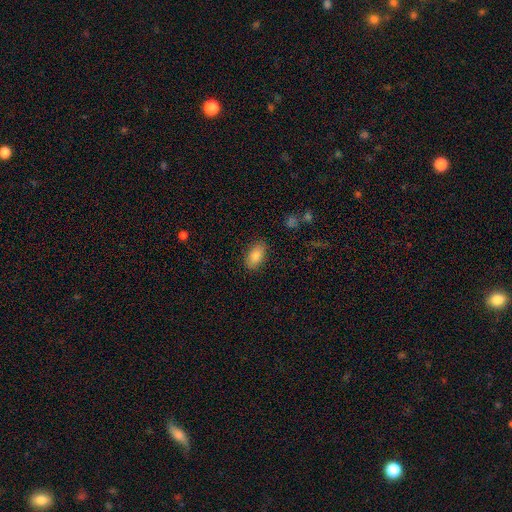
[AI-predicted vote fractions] Smooth or featured? smooth (85%)
How rounded? in between (92%)
Merging? none (86%)